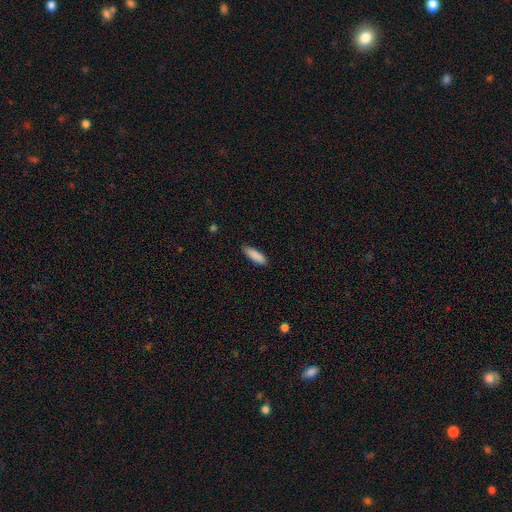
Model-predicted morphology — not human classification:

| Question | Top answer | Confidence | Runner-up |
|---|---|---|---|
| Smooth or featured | smooth | 89% | star or artifact (6%) |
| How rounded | cigar-shaped | 53% | in between (45%) |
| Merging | none | 83% | minor disturbance (14%) |